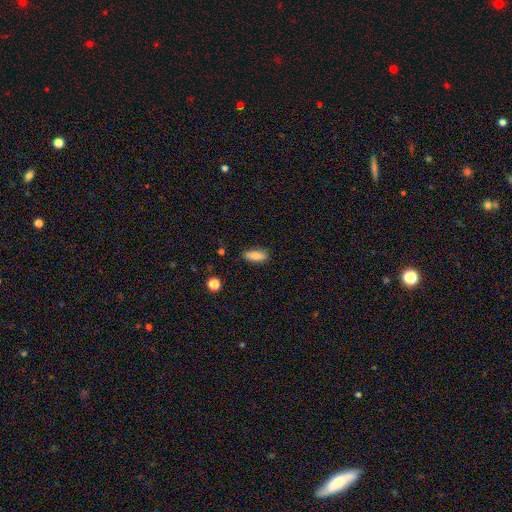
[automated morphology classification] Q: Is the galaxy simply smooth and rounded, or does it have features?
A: smooth — 81%.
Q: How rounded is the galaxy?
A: in between — 78%.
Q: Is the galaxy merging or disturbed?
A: none — 84%.